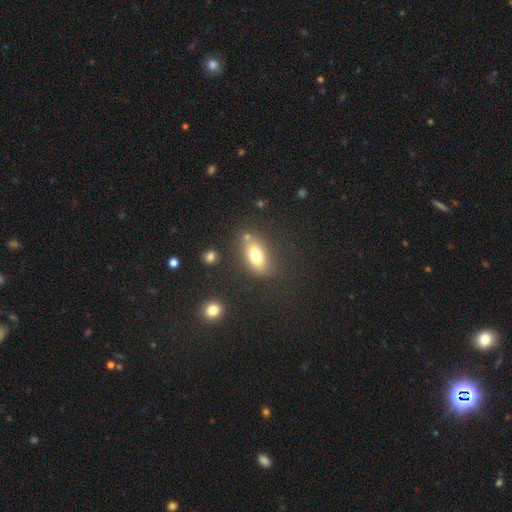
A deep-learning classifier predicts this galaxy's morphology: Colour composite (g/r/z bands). It shows a smooth galaxy with no disk features (73%) that is in between round and cigar-shaped (81%). Merging: none (73%).